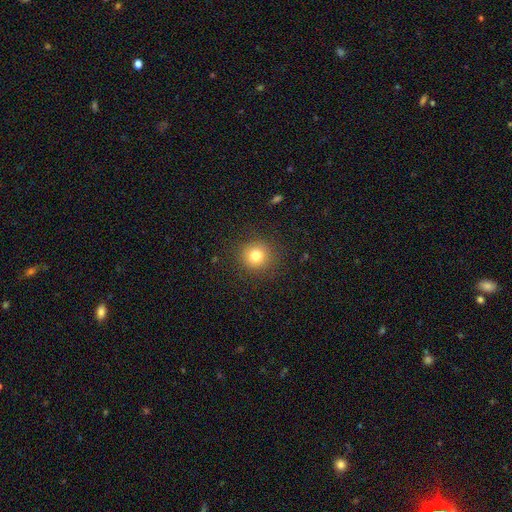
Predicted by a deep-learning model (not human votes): smooth 80%, star or artifact 13%, featured or disk 7%. Down the decision tree: how rounded — round (92%); merging — none (89%).